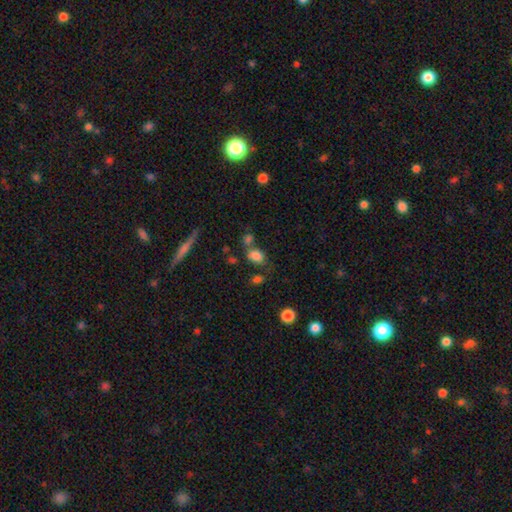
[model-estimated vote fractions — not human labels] Smooth or featured? smooth (81%)
How rounded? in between (74%)
Merging? none (54%)